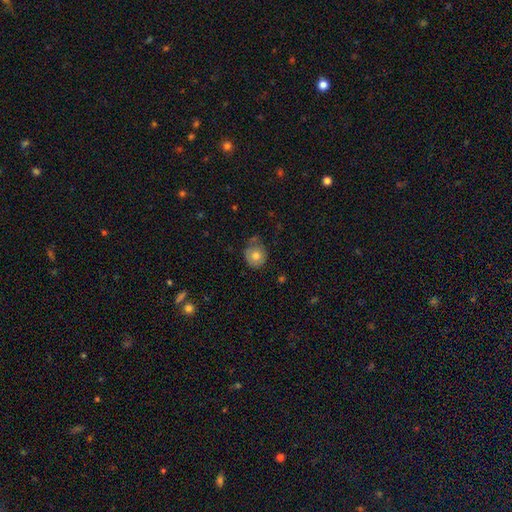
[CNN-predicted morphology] A smooth galaxy with no disk features (73%) that is round (79%). Merging: none (61%).